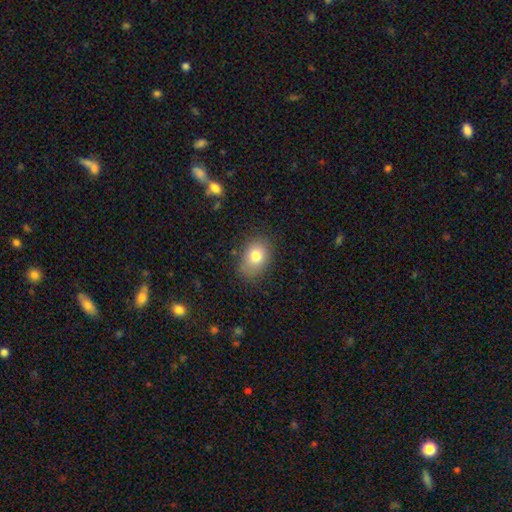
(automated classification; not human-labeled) smooth-or-featured: smooth: 78% | featured or disk: 11% | star or artifact: 11%
  how-rounded: in between: 67% | round: 32% | cigar-shaped: 1%
  merging: none: 76% | minor disturbance: 18% | major disturbance: 5% | merger: 2%